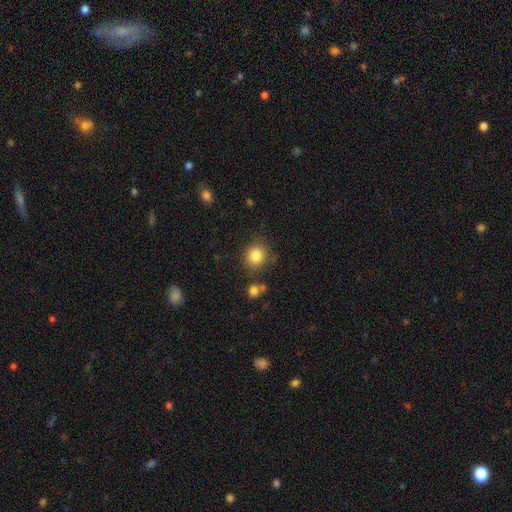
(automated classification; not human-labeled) smooth_or_featured: smooth (p=0.84) [alt: star or artifact p=0.10]
how_rounded: round (p=0.82) [alt: in between p=0.17]
merging: none (p=0.81) [alt: minor disturbance p=0.11]